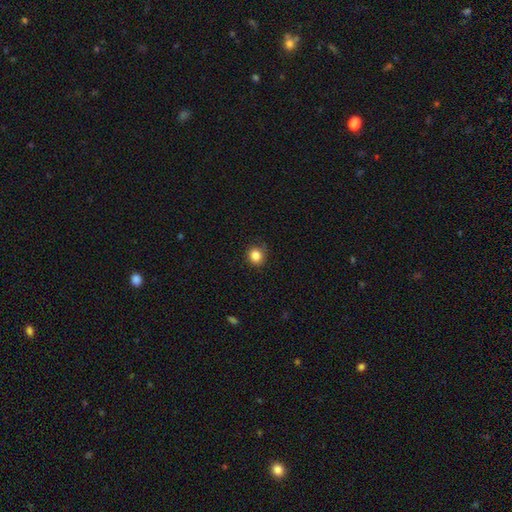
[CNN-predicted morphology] smooth 85%, star or artifact 11%, featured or disk 4%. Down the decision tree: how rounded — round (86%); merging — none (85%).